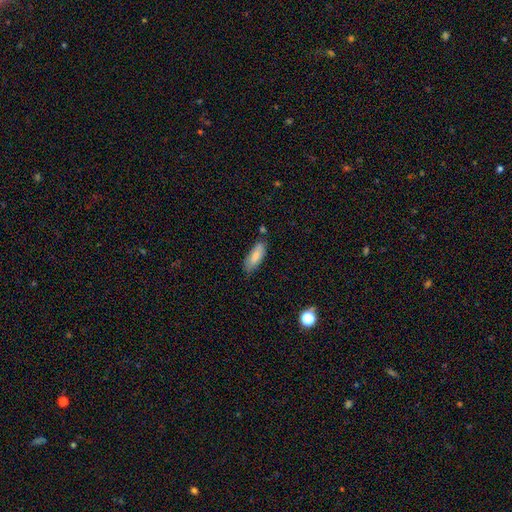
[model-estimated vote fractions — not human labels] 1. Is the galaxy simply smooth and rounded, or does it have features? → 82% smooth, 12% featured or disk, 7% star or artifact.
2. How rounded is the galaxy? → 70% in between, 28% cigar-shaped, 2% round.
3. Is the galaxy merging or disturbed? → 73% none, 19% minor disturbance, 5% merger, 4% major disturbance.